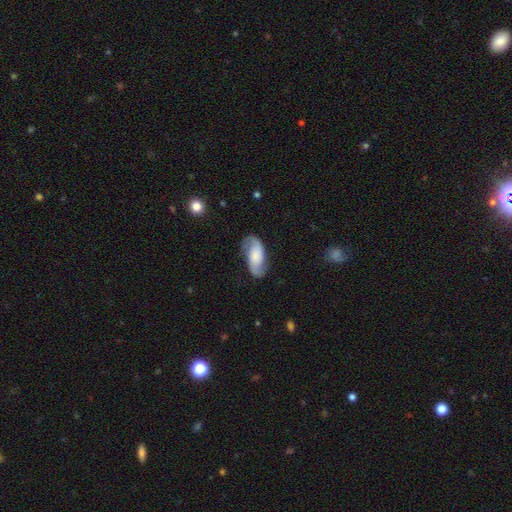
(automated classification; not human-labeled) Smooth or featured? featured or disk (72%)
Edge-on disk? no (96%)
Bar? no (56%)
Spiral arms? yes (95%)
Spiral winding? loose (44%)
Spiral arm count? 2 (91%)
Bulge size? none (27%)
Merging? none (74%)